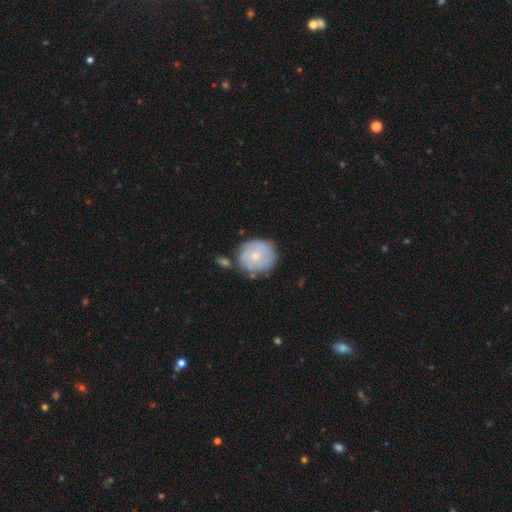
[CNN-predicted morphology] This appears to be a featured or disk galaxy (47%, tied with smooth). Merging: none (68%).